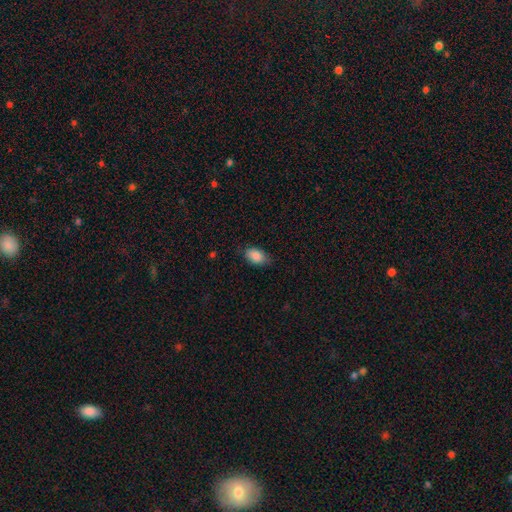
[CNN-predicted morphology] The model was most divided on "merging": none: 79%, minor disturbance: 17%, major disturbance: 3%, merger: 1%. More confident: how rounded — in between (90%); smooth or featured — smooth (87%).